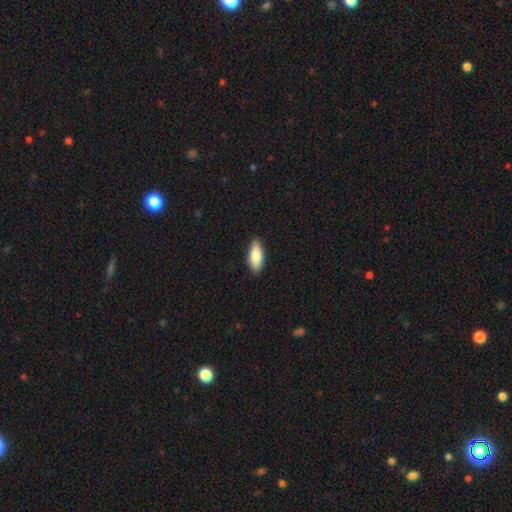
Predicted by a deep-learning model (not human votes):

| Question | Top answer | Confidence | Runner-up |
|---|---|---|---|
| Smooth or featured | smooth | 81% | featured or disk (13%) |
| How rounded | in between | 73% | cigar-shaped (25%) |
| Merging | none | 88% | minor disturbance (9%) |